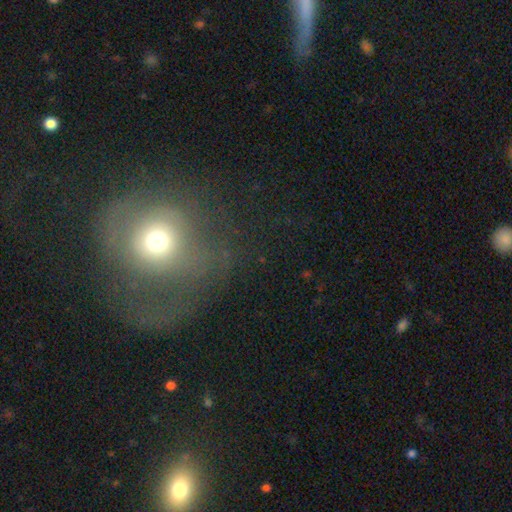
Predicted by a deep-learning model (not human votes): This is possibly a smooth galaxy (46%). Merging: marginally none (39%).